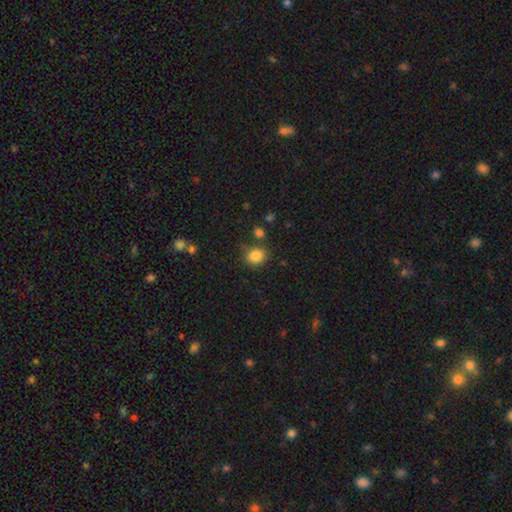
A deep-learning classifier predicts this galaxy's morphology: A smooth galaxy with no disk features (85%) that is round (68%). Merging: none (76%).